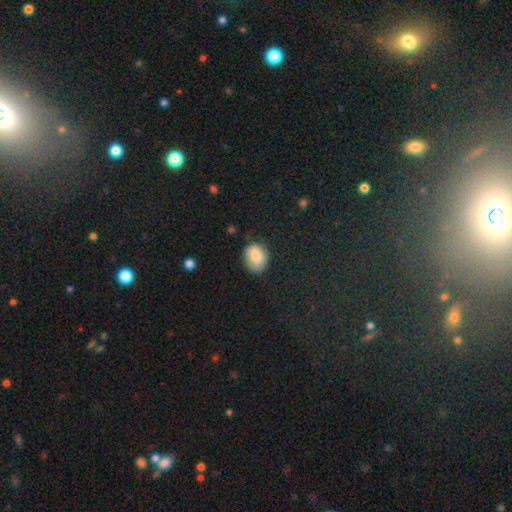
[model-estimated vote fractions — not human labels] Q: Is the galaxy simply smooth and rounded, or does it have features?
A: smooth — 80%.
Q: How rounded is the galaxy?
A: round — 52%.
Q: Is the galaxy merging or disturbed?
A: none — 70%.